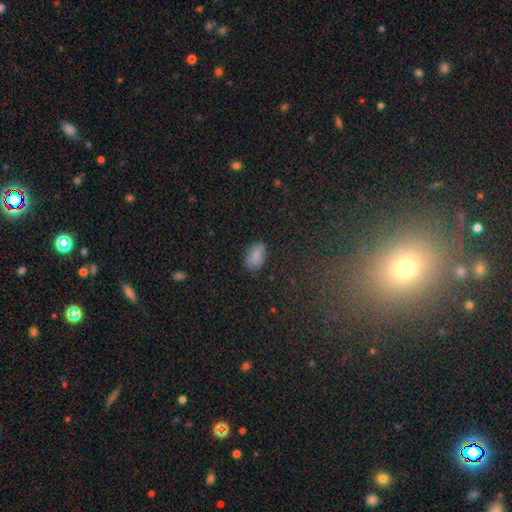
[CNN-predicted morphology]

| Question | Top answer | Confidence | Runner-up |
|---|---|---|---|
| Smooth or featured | smooth | 79% | featured or disk (11%) |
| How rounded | in between | 92% | round (6%) |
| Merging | none | 80% | minor disturbance (16%) |